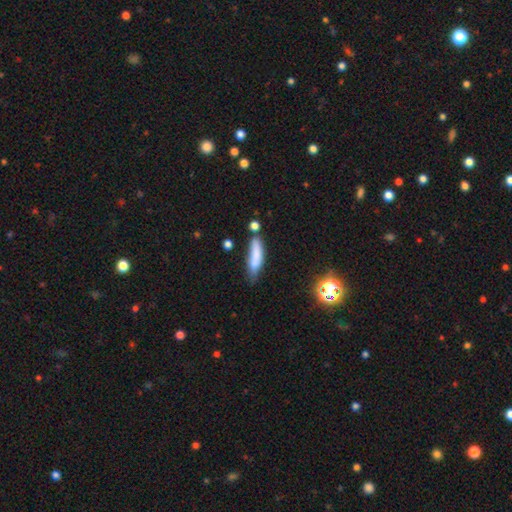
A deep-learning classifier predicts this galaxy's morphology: smooth-or-featured: smooth: 79% | featured or disk: 13% | star or artifact: 8%
  how-rounded: cigar-shaped: 63% | in between: 35% | round: 2%
  merging: none: 51% | minor disturbance: 30% | merger: 10% | major disturbance: 9%